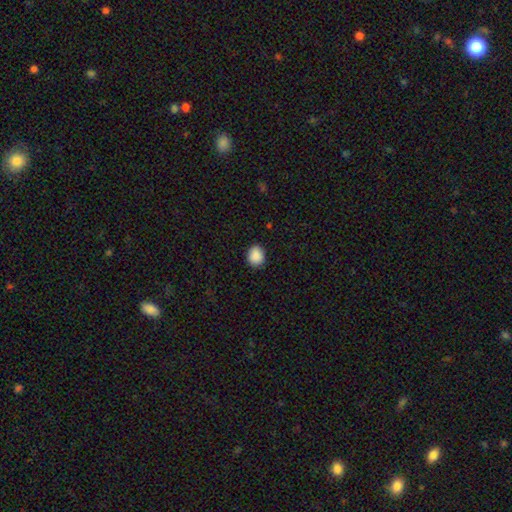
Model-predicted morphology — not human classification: A smooth galaxy with no disk features (90%) that is round (62%).

Vote fractions:
- Smooth or featured? smooth: 90% / star or artifact: 8% / featured or disk: 2%
- How rounded? round: 62% / in between: 37% / cigar-shaped: 1%
- Merging? none: 88% / minor disturbance: 9% / major disturbance: 2% / merger: 1%